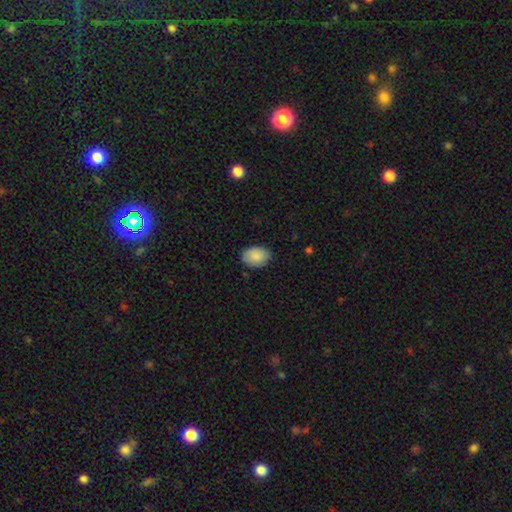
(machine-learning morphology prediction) type=smooth (89%); roundness=in between (83%); merging=none (82%).